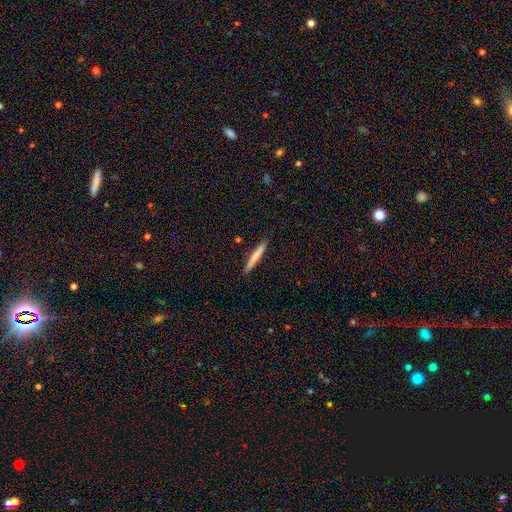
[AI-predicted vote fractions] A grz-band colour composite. It shows a smooth galaxy with no disk features (73%) that is cigar-shaped (96%). Merging: none (89%).